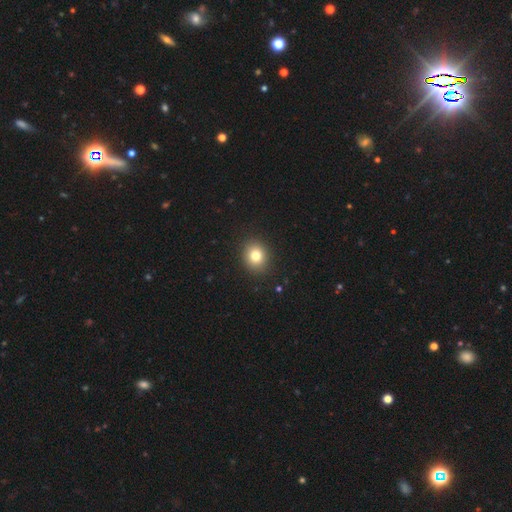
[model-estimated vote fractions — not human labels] Smooth or featured? smooth (80%)
How rounded? round (71%)
Merging? none (90%)